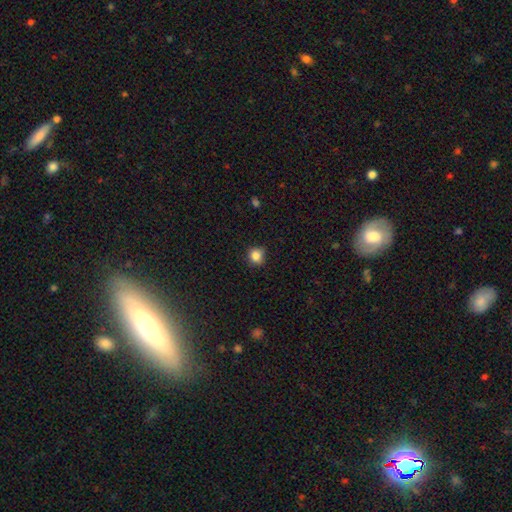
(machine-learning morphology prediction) Q: Smooth or featured?
A: smooth (84%); runner-up: star or artifact (11%)
Q: How rounded?
A: round (82%); runner-up: in between (18%)
Q: Merging?
A: none (75%); runner-up: minor disturbance (20%)